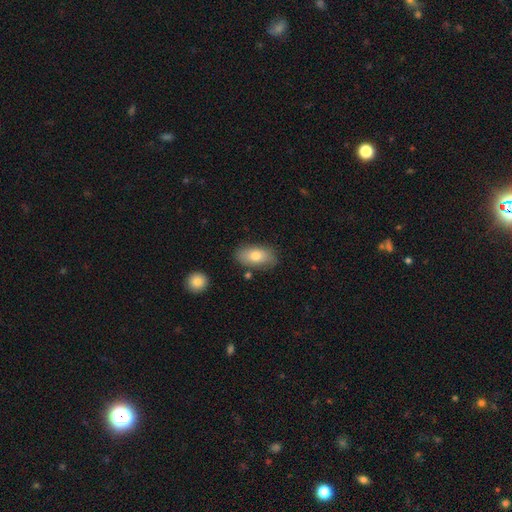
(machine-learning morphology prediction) smooth_or_featured: smooth (p=0.76) [alt: featured or disk p=0.17]
how_rounded: in between (p=0.92) [alt: round p=0.05]
merging: none (p=0.79) [alt: minor disturbance p=0.15]